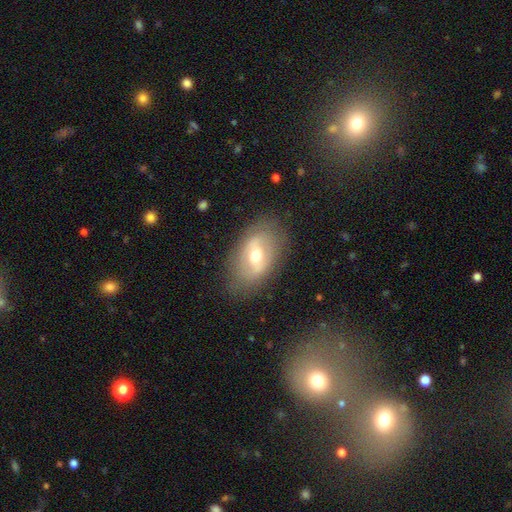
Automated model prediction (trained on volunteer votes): The model was most divided on "bar": weak: 41%, strong: 36%, no: 23%. More confident: edge-on disk — no (89%); merging — none (77%); bulge size — moderate (72%); spiral arms — no (65%); smooth or featured — featured or disk (58%).